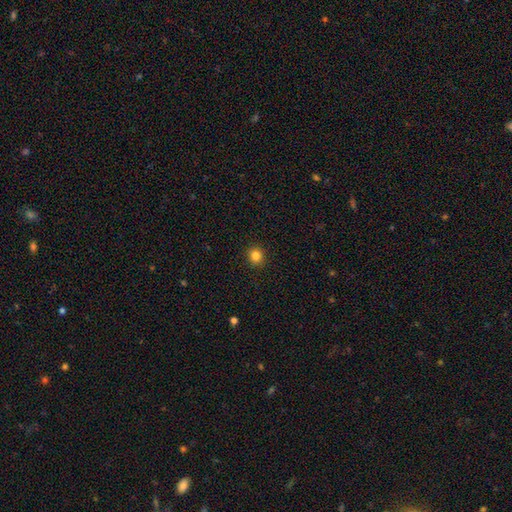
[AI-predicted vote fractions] smooth-or-featured: smooth: 83% | star or artifact: 12% | featured or disk: 5%
  how-rounded: round: 90% | in between: 9% | cigar-shaped: 1%
  merging: none: 93% | minor disturbance: 5% | major disturbance: 2% | merger: 1%